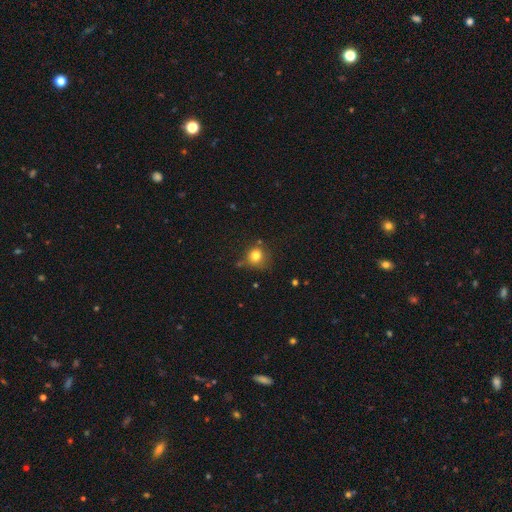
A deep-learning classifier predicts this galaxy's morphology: smooth_or_featured: smooth (p=0.79) [alt: star or artifact p=0.13]
how_rounded: round (p=0.88) [alt: in between p=0.11]
merging: none (p=0.71) [alt: minor disturbance p=0.18]